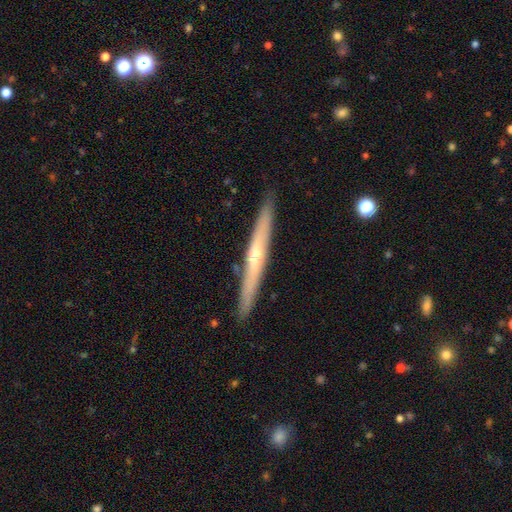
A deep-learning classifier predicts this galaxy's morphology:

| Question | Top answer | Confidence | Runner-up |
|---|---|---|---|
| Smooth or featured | featured or disk | 65% | smooth (29%) |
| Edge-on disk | yes | 95% | no (5%) |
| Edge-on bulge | rounded | 65% | none (32%) |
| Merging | none | 90% | minor disturbance (8%) |